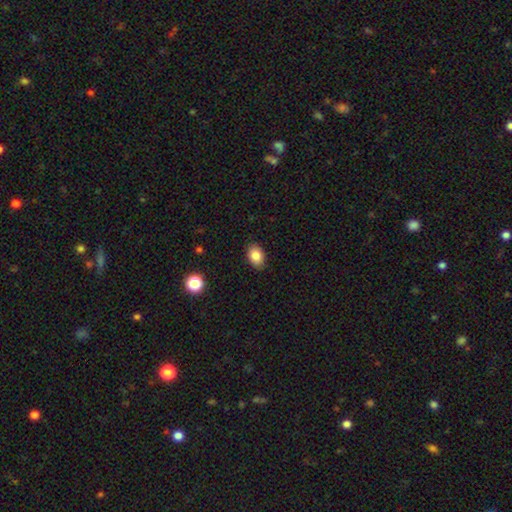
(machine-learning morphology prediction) The model was most divided on "how rounded": in between: 80%, round: 19%, cigar-shaped: 1%. More confident: merging — none (88%); smooth or featured — smooth (85%).